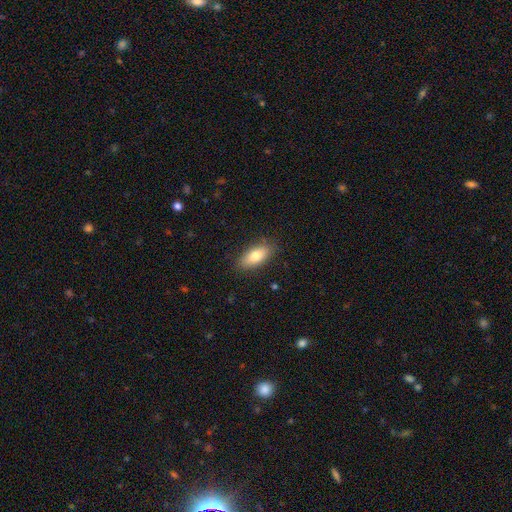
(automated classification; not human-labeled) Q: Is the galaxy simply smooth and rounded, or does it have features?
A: smooth — 80%.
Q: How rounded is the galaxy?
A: in between — 85%.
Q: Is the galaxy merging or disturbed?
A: none — 86%.